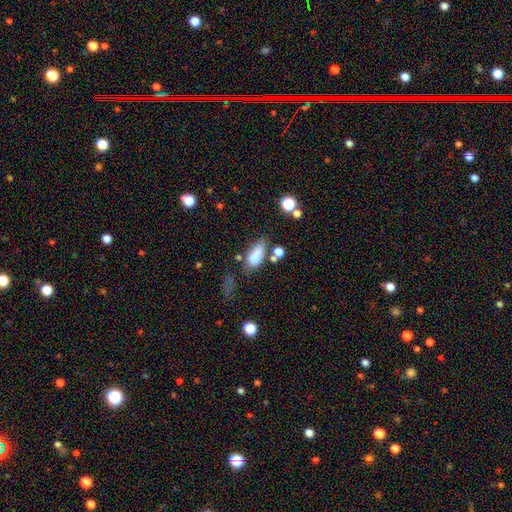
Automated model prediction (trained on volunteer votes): Q: Smooth or featured?
A: smooth (79%); runner-up: star or artifact (11%)
Q: How rounded?
A: in between (86%); runner-up: cigar-shaped (9%)
Q: Merging?
A: none (46%); runner-up: minor disturbance (23%)